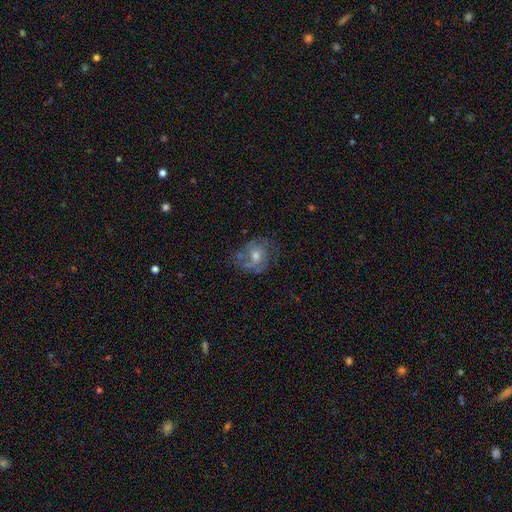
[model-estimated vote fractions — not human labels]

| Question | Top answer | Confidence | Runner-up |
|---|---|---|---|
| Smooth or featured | featured or disk | 65% | smooth (26%) |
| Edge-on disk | no | 97% | yes (3%) |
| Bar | no | 65% | weak (31%) |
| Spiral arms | yes | 79% | no (21%) |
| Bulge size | moderate | 62% | small (29%) |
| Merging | none | 58% | minor disturbance (23%) |